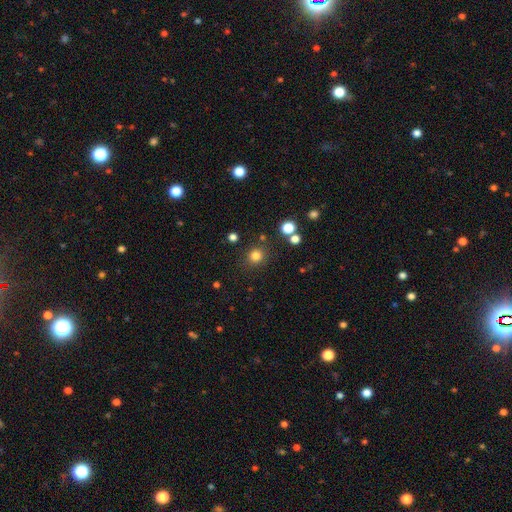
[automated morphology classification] Overall: smooth (80%). How rounded: round (88%). Merging: none (84%).